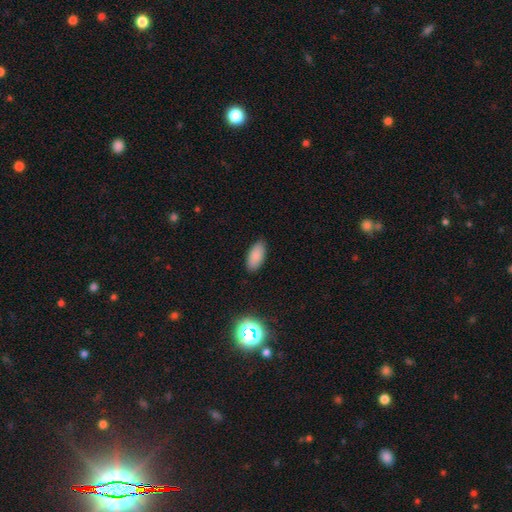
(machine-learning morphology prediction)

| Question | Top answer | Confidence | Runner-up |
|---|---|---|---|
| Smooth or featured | smooth | 86% | star or artifact (9%) |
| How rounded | in between | 90% | cigar-shaped (8%) |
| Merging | none | 85% | minor disturbance (11%) |